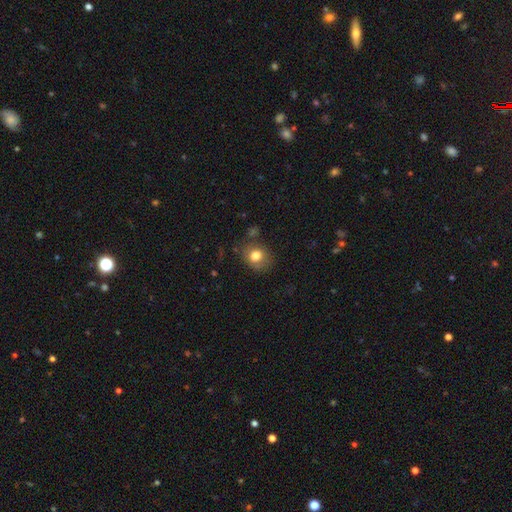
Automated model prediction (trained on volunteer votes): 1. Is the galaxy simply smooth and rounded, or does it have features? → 78% smooth, 12% featured or disk, 10% star or artifact.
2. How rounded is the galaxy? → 64% round, 35% in between, 1% cigar-shaped.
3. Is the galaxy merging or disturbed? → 72% none, 18% minor disturbance, 6% major disturbance, 4% merger.